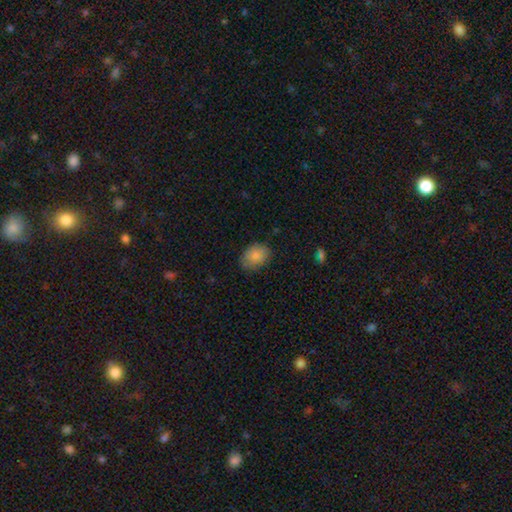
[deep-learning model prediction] smooth 86%, star or artifact 7%, featured or disk 7%. Down the decision tree: how rounded — in between (66%); merging — none (80%).